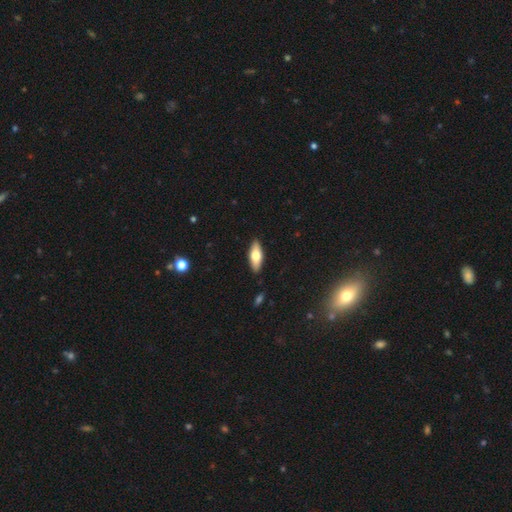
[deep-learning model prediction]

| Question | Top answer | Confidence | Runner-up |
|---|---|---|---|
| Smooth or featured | smooth | 64% | featured or disk (30%) |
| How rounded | in between | 70% | cigar-shaped (28%) |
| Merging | none | 89% | minor disturbance (8%) |